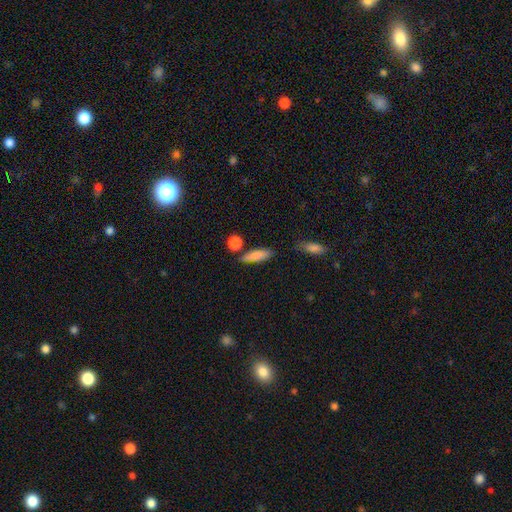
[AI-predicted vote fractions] Smooth or featured? Predicted: smooth (p=0.81). How rounded? Predicted: cigar-shaped (p=0.57). Merging? Predicted: none (p=0.72).